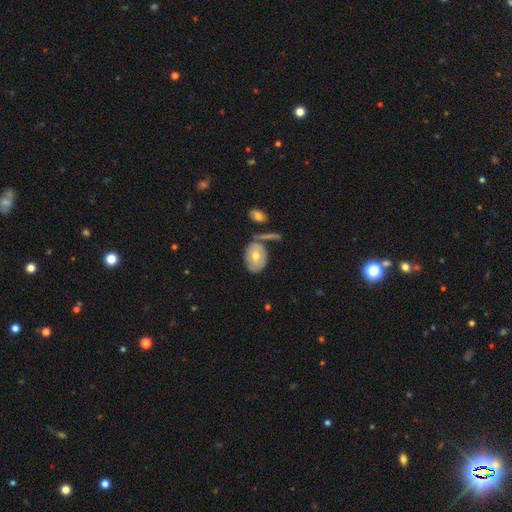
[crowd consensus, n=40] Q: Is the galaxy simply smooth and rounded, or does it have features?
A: smooth — 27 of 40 (68%).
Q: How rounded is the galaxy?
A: in between — 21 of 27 (78%).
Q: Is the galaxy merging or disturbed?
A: none — 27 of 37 (73%).